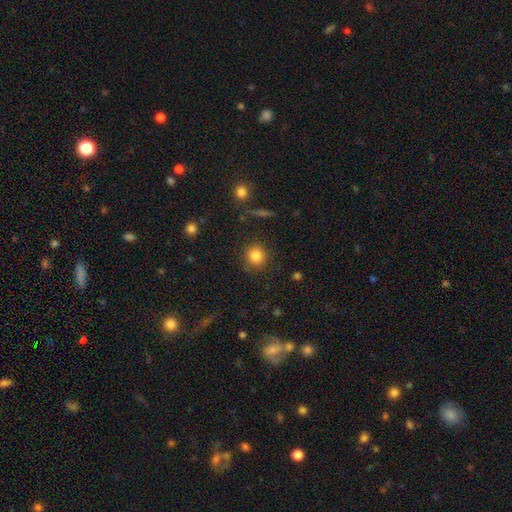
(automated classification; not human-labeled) Smooth or featured: smooth — 85% (star or artifact — 10%)
How rounded: round — 91% (in between — 8%)
Merging: none — 87% (minor disturbance — 8%)